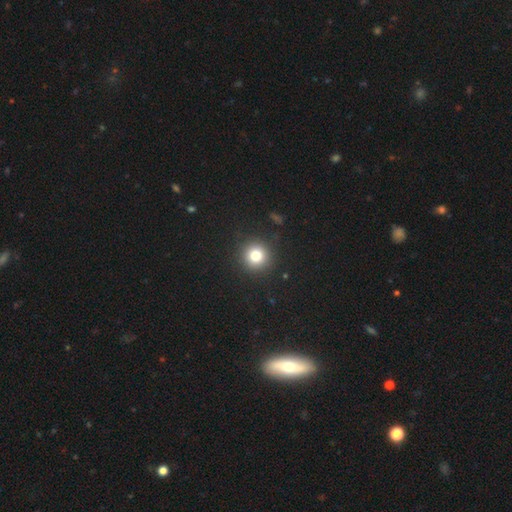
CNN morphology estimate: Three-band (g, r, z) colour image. It shows a smooth galaxy with no disk features (80%) that is round (95%). Merging: none (91%).